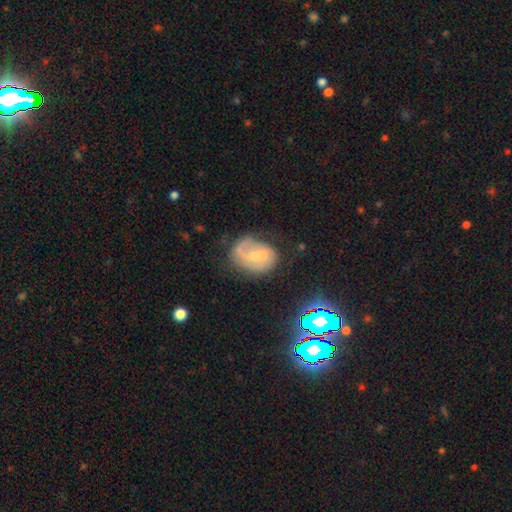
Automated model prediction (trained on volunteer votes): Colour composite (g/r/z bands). It shows a featured or disk galaxy (62%) with a weak bar (43%), spiral arms (69%) and a small central bulge (59%). Merging: none (51%).